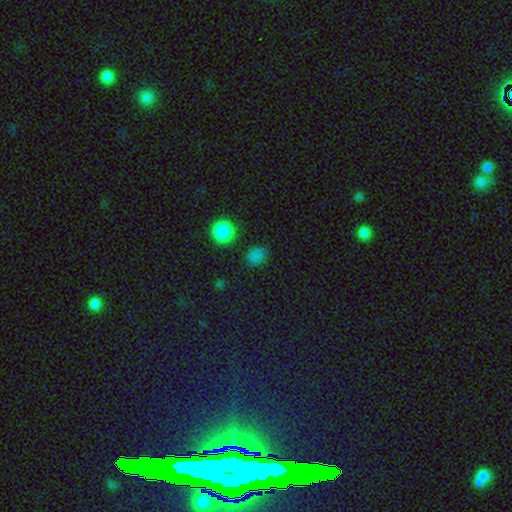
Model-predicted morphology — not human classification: Smooth or featured?
  - smooth: 80% *
  - star or artifact: 17%
  - featured or disk: 3%
How rounded?
  - round: 67% *
  - in between: 31%
  - cigar-shaped: 1%
Merging?
  - none: 85% *
  - minor disturbance: 9%
  - major disturbance: 3%
  - merger: 2%